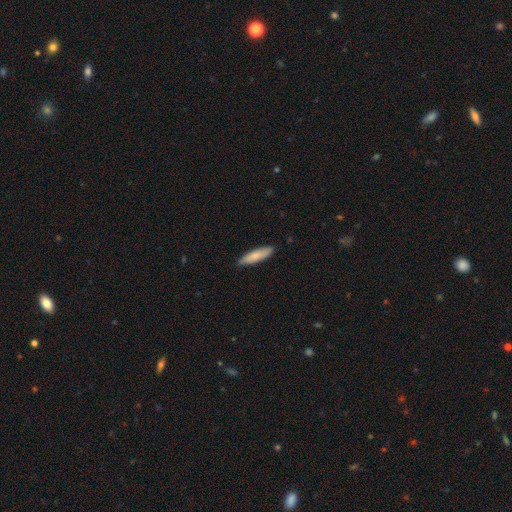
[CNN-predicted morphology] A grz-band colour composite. It shows a smooth galaxy with no disk features (80%) that is cigar-shaped (68%). Merging: none (86%).